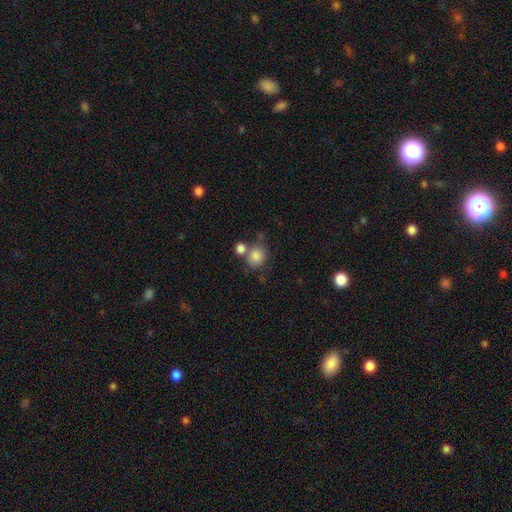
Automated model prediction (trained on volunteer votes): Overall: smooth (84%). How rounded: round (75%). Merging: none (51%; merger 31%).